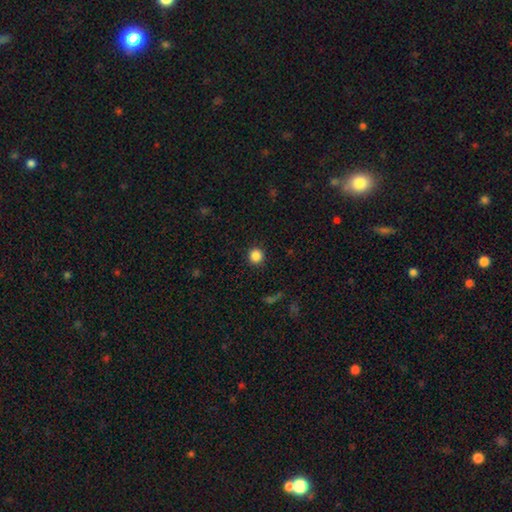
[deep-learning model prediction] smooth-or-featured: smooth: 86% | star or artifact: 11% | featured or disk: 3%
  how-rounded: round: 94% | in between: 5% | cigar-shaped: 1%
  merging: none: 91% | minor disturbance: 6% | major disturbance: 2% | merger: 1%